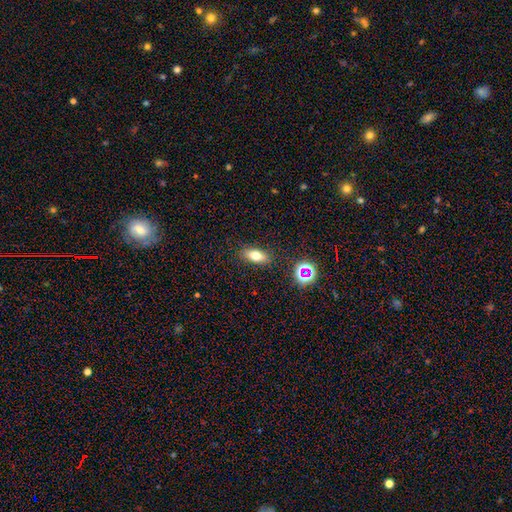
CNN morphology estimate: A smooth galaxy with no disk features (71%) that is in between round and cigar-shaped (77%). Merging: none (86%).